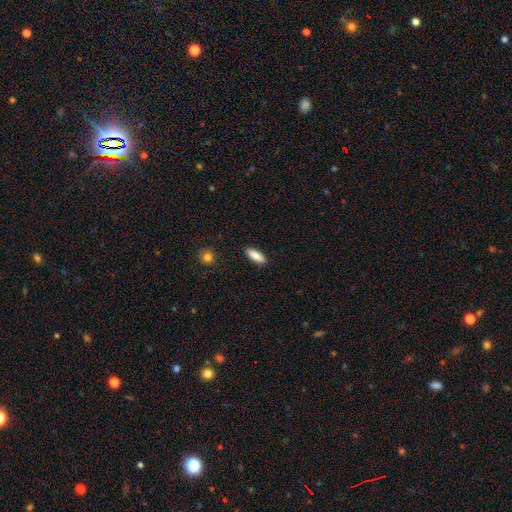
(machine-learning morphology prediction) This is clearly a smooth galaxy (88%). How rounded: likely in between (66%). Merging: clearly none (90%).